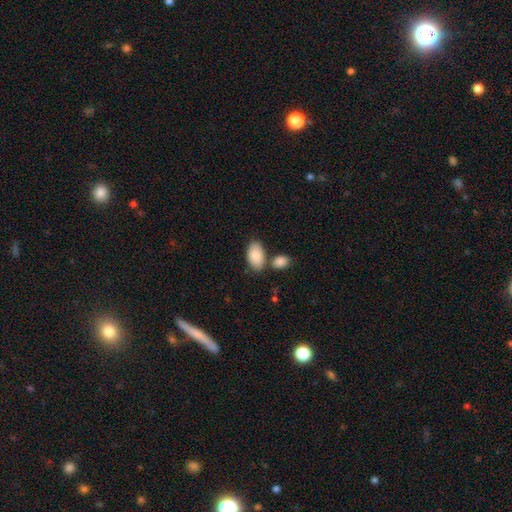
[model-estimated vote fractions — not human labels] Smooth or featured?
  - smooth: 89% *
  - star or artifact: 6%
  - featured or disk: 5%
How rounded?
  - in between: 95% *
  - round: 4%
  - cigar-shaped: 1%
Merging?
  - none: 67% *
  - merger: 17%
  - minor disturbance: 13%
  - major disturbance: 3%